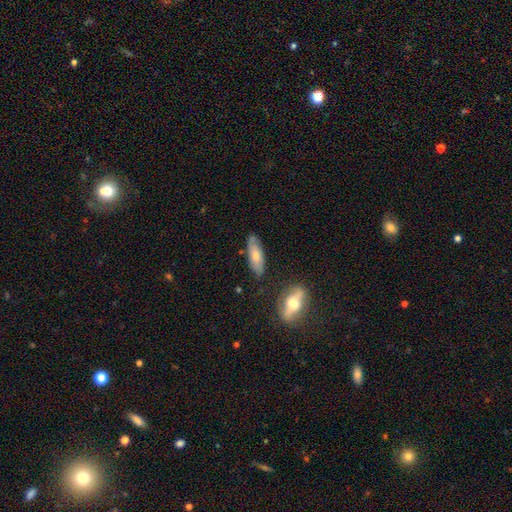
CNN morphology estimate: A smooth galaxy with no disk features (66%) that is in between round and cigar-shaped (59%).

Vote fractions:
- Smooth or featured? smooth: 66% / featured or disk: 27% / star or artifact: 6%
- How rounded? in between: 59% / cigar-shaped: 39% / round: 2%
- Merging? none: 77% / minor disturbance: 15% / merger: 5% / major disturbance: 3%